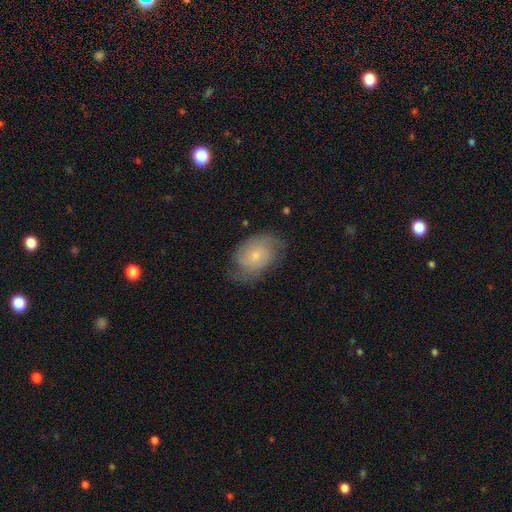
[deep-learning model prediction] A featured or disk galaxy (67%) with no bar (76%), 2 (47%) tight (49%) spiral arms (90%) and a small central bulge (64%).

Vote fractions:
- Smooth or featured? featured or disk: 67% / smooth: 26% / star or artifact: 7%
- Edge-on disk? no: 97% / yes: 3%
- Bar? no: 76% / weak: 21% / strong: 3%
- Spiral arms? yes: 90% / no: 10%
- Spiral winding? tight: 49% / medium: 37% / loose: 14%
- Spiral arm count? 2: 47% / can't tell: 30% / 3: 11% / 1: 5% / 4: 4% / more than 4: 3%
- Bulge size? small: 64% / moderate: 31% / none: 3% / large: 2% / dominant: 1%
- Merging? none: 67% / minor disturbance: 23% / major disturbance: 9% / merger: 1%